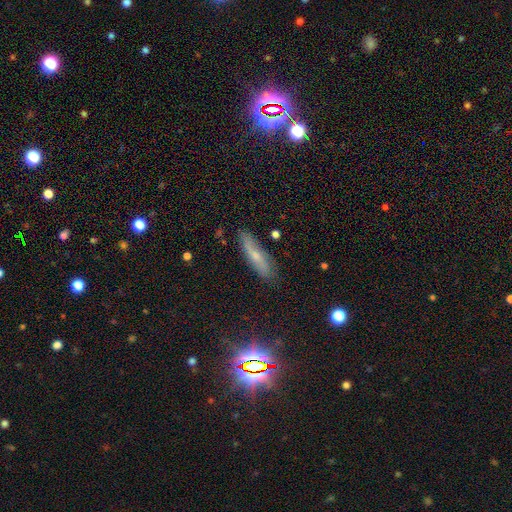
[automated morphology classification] Smooth or featured? Predicted: featured or disk (p=0.48). Merging? Predicted: none (p=0.81).